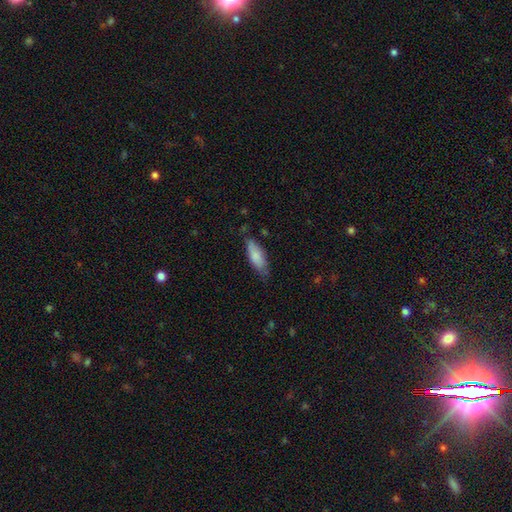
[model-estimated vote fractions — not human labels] A smooth galaxy with no disk features (81%) that is in between round and cigar-shaped (68%). Merging: none (63%).